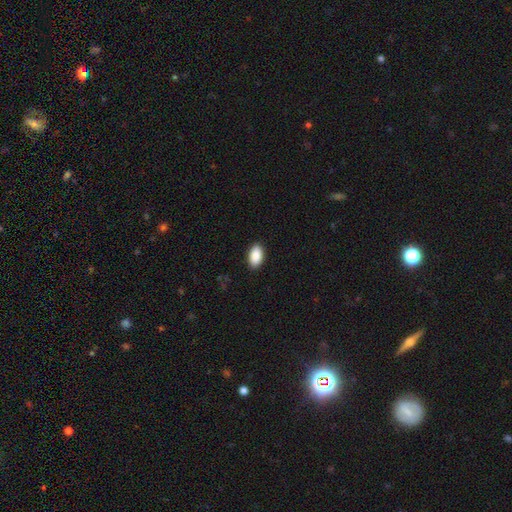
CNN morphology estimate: Smooth or featured: smooth — 89% (star or artifact — 7%)
How rounded: in between — 94% (round — 4%)
Merging: none — 90% (minor disturbance — 7%)